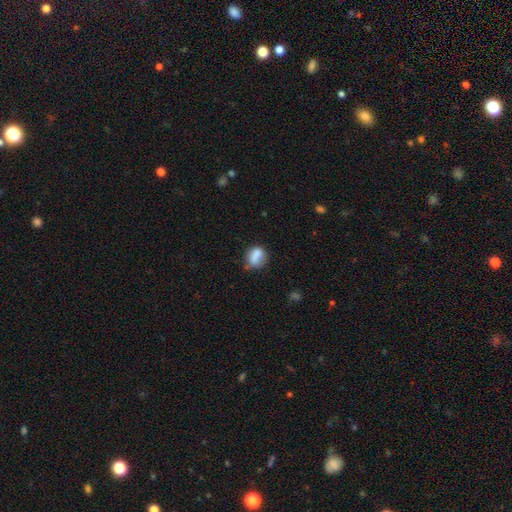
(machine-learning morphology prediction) This appears to be a smooth galaxy with no disk features (76%) that is round (51%). Merging: none (51%).